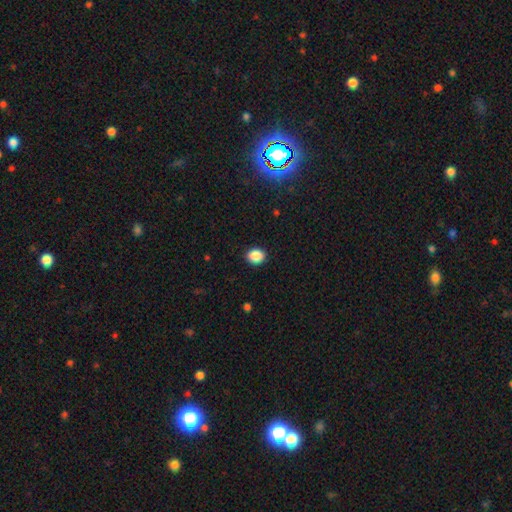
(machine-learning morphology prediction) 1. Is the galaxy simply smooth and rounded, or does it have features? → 88% smooth, 9% star or artifact, 3% featured or disk.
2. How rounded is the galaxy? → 63% round, 37% in between, 1% cigar-shaped.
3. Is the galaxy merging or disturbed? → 90% none, 7% minor disturbance, 2% major disturbance, 1% merger.